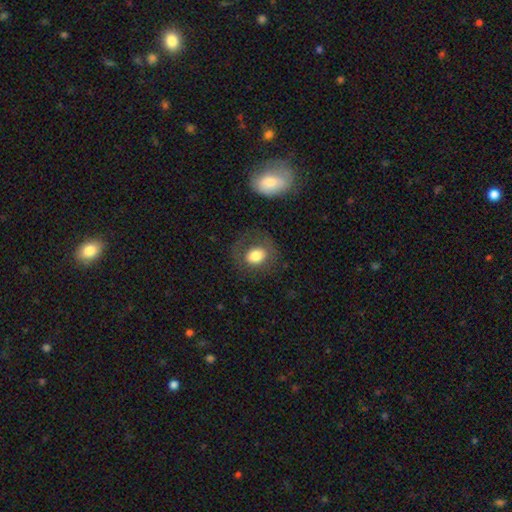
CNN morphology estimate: smooth 73%, featured or disk 19%, star or artifact 9%. Down the decision tree: how rounded — round (63%); merging — none (68%).